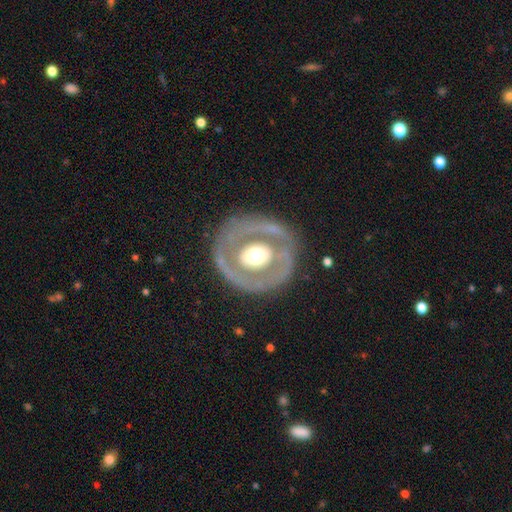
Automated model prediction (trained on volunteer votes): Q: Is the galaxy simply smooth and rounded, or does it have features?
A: featured or disk — 67%.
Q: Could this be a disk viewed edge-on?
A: no — 95%.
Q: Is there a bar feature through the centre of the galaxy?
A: no — 71%.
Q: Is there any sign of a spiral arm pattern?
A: no — 74%.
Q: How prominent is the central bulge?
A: moderate — 61%.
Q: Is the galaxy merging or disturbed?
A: none — 76%.